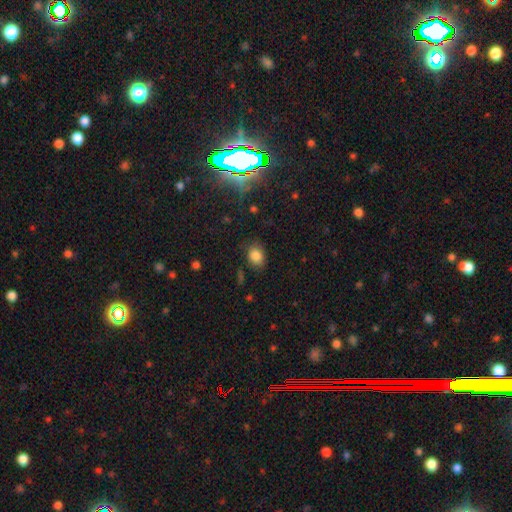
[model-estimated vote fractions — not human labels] A smooth galaxy with no disk features (83%) that is in between round and cigar-shaped (56%).

Vote fractions:
- Smooth or featured? smooth: 83% / star or artifact: 11% / featured or disk: 6%
- How rounded? in between: 56% / round: 42% / cigar-shaped: 1%
- Merging? none: 76% / minor disturbance: 17% / major disturbance: 5% / merger: 2%